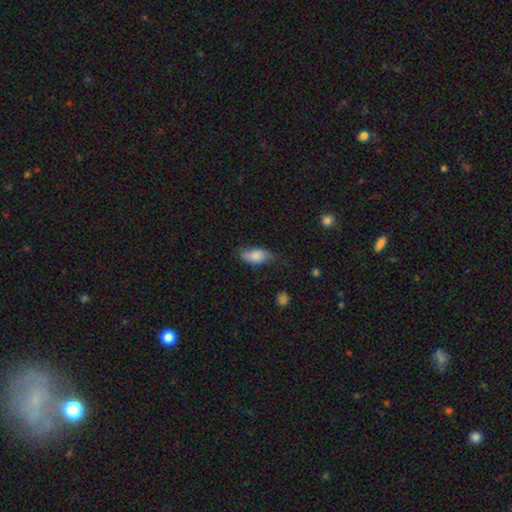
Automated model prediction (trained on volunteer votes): Smooth or featured? smooth (74%)
How rounded? in between (90%)
Merging? none (52%)